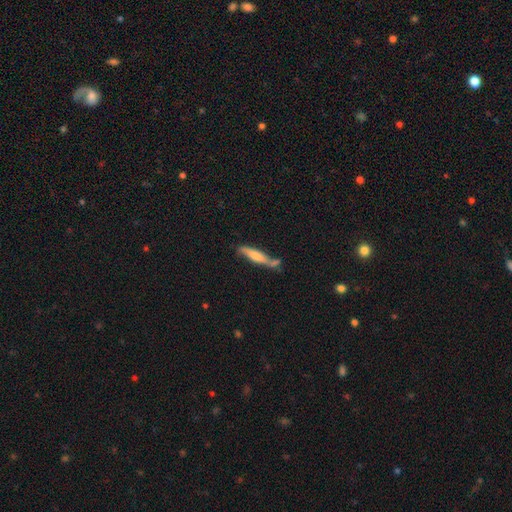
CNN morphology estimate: Smooth or featured: smooth — 55% (featured or disk — 39%)
How rounded: cigar-shaped — 84% (in between — 14%)
Merging: none — 49% (merger — 23%)